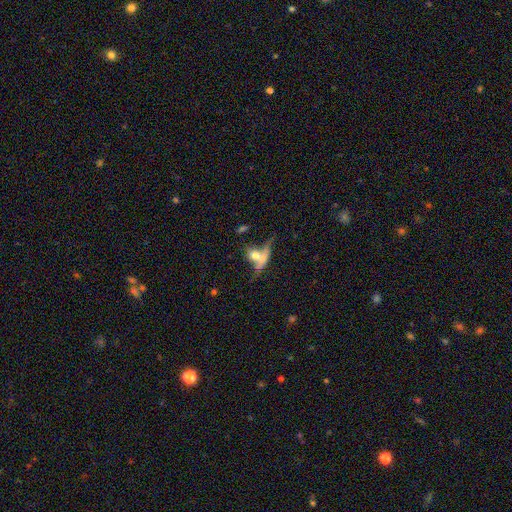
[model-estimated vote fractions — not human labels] This is possibly a smooth galaxy (59%). How rounded: possibly in between (47%). Merging: marginally merger (44%).